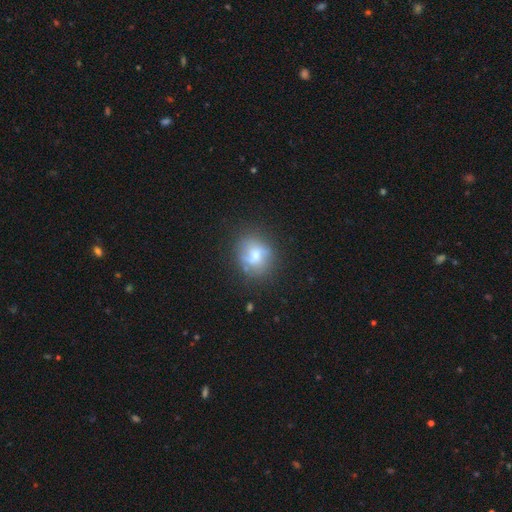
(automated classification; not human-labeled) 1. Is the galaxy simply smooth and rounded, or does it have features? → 57% smooth, 31% featured or disk, 12% star or artifact.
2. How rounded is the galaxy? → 70% round, 28% in between, 1% cigar-shaped.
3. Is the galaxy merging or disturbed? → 66% none, 21% minor disturbance, 7% major disturbance, 6% merger.